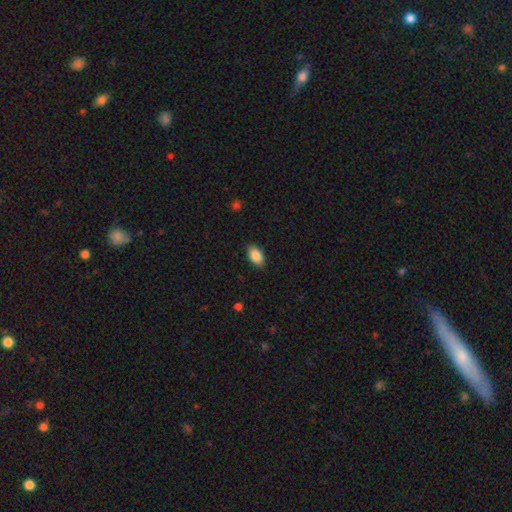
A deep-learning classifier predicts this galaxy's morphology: The model was most divided on "merging": none: 88%, minor disturbance: 9%, major disturbance: 2%, merger: 1%. More confident: how rounded — in between (93%); smooth or featured — smooth (87%).